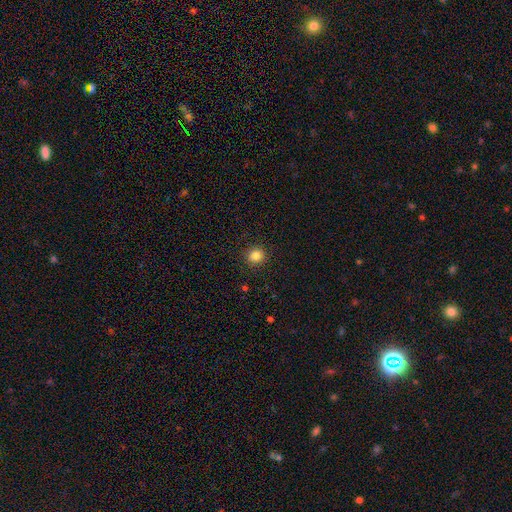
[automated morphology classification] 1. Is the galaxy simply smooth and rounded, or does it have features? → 84% smooth, 11% star or artifact, 4% featured or disk.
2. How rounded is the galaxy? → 87% round, 12% in between, 1% cigar-shaped.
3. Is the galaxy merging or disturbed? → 90% none, 6% minor disturbance, 2% major disturbance, 1% merger.